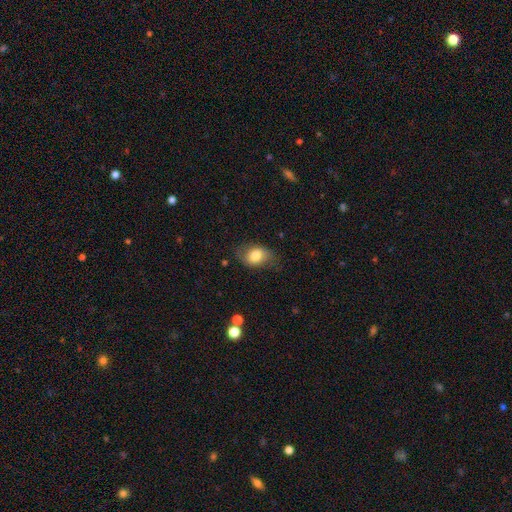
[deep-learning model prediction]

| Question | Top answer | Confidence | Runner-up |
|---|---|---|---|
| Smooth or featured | smooth | 75% | featured or disk (17%) |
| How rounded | in between | 77% | round (21%) |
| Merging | none | 66% | minor disturbance (24%) |